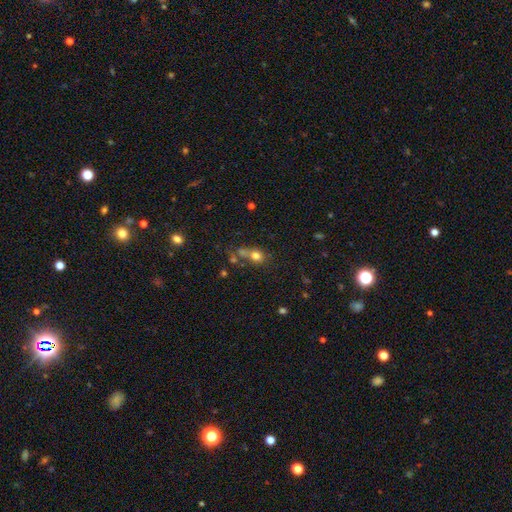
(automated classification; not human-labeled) A smooth galaxy with no disk features (73%) that is round (68%).

Vote fractions:
- Smooth or featured? smooth: 73% / star or artifact: 16% / featured or disk: 12%
- How rounded? round: 68% / in between: 30% / cigar-shaped: 2%
- Merging? none: 42% / merger: 35% / minor disturbance: 14% / major disturbance: 9%